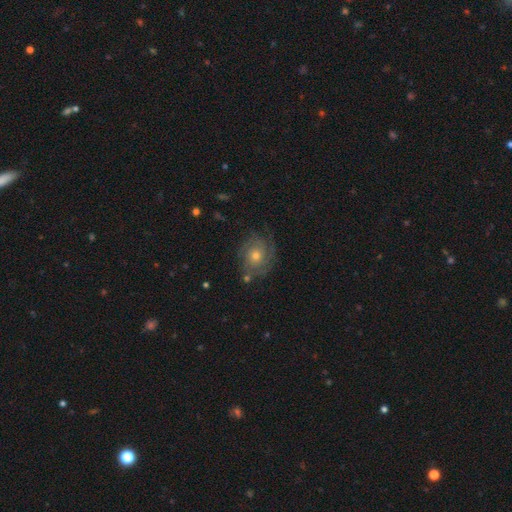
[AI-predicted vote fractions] smooth-or-featured: featured or disk: 65% | smooth: 24% | star or artifact: 11%
  disk-edge-on: no: 97% | yes: 3%
    bar: no: 82% | weak: 15% | strong: 2%
    has-spiral-arms: yes: 87% | no: 13%
      spiral-winding: tight: 62% | medium: 28% | loose: 9%
      spiral-arm-count: can't tell: 40% | 2: 24% | 3: 19% | 4: 7% | 1: 7% | more than 4: 5%
    bulge-size: moderate: 59% | small: 35% | large: 3% | none: 1% | dominant: 1%
  merging: none: 74% | minor disturbance: 17% | major disturbance: 7% | merger: 2%